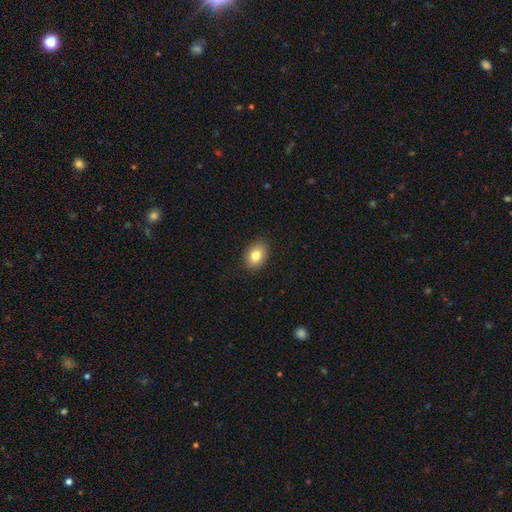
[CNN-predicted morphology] The model was most divided on "how rounded": in between: 72%, round: 27%, cigar-shaped: 1%. More confident: merging — none (88%); smooth or featured — smooth (82%).